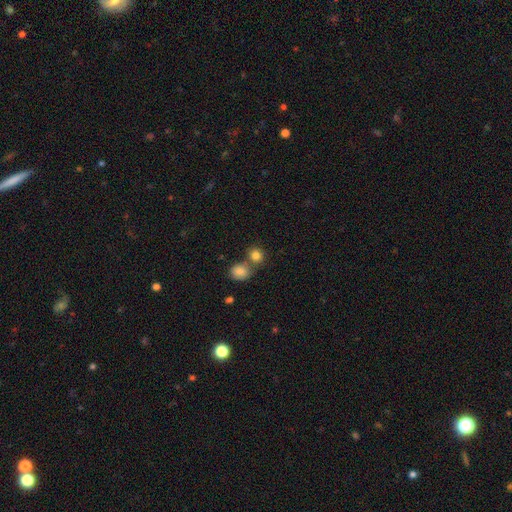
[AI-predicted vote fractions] Smooth or featured?
  - smooth: 82% *
  - star or artifact: 11%
  - featured or disk: 7%
How rounded?
  - round: 82% *
  - in between: 17%
  - cigar-shaped: 1%
Merging?
  - none: 56% *
  - merger: 34%
  - minor disturbance: 8%
  - major disturbance: 3%